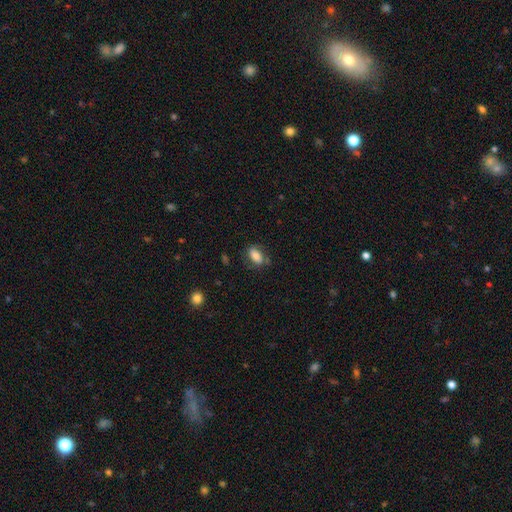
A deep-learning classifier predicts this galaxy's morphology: A smooth galaxy with no disk features (80%) that is in between round and cigar-shaped (88%). Merging: none (68%).